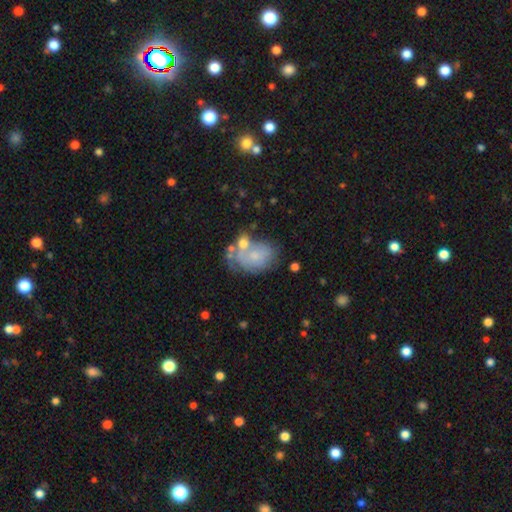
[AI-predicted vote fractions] A smooth galaxy with no disk features (54%) that is in between round and cigar-shaped (71%). Merging: none (33%).